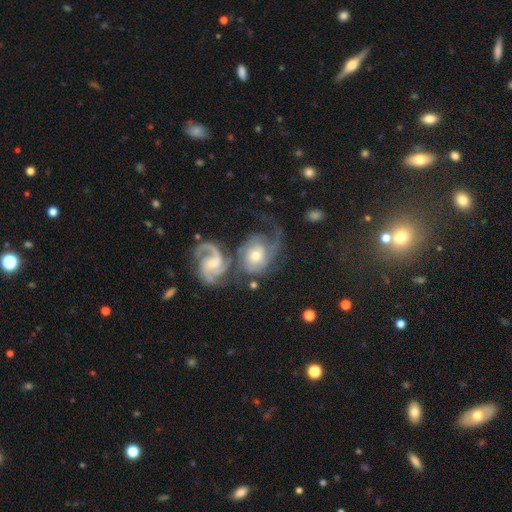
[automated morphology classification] Smooth or featured: featured or disk — 77% (smooth — 16%)
Edge-on disk: no — 96% (yes — 4%)
Bar: no — 60% (weak — 31%)
Spiral arms: yes — 93% (no — 7%)
Spiral winding: medium — 45% (tight — 35%)
Spiral arm count: 2 — 49% (can't tell — 19%)
Bulge size: moderate — 54% (small — 38%)
Merging: merger — 46% (none — 26%)